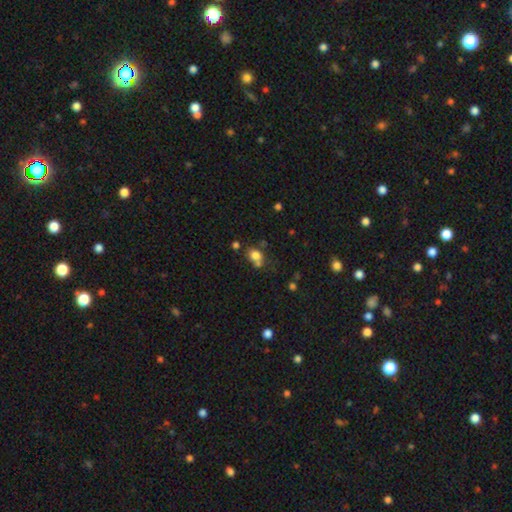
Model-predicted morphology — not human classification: smooth-or-featured: smooth: 76% | star or artifact: 14% | featured or disk: 10%
  how-rounded: round: 56% | in between: 43% | cigar-shaped: 1%
  merging: none: 48% | merger: 29% | minor disturbance: 16% | major disturbance: 7%